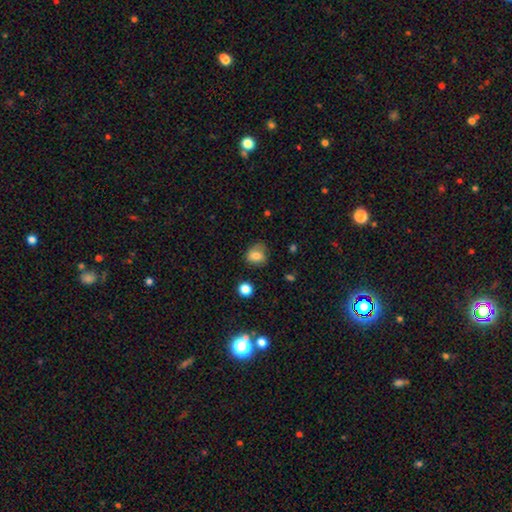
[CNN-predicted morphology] type=smooth (77%); roundness=round (56%); merging=none (56%).